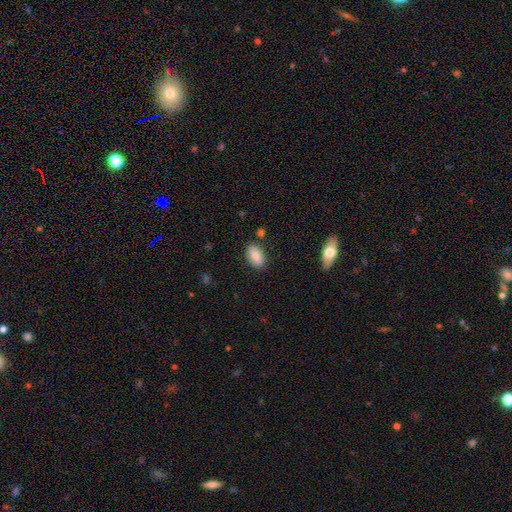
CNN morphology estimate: smooth 80%, featured or disk 13%, star or artifact 7%. Down the decision tree: how rounded — in between (92%); merging — none (84%).